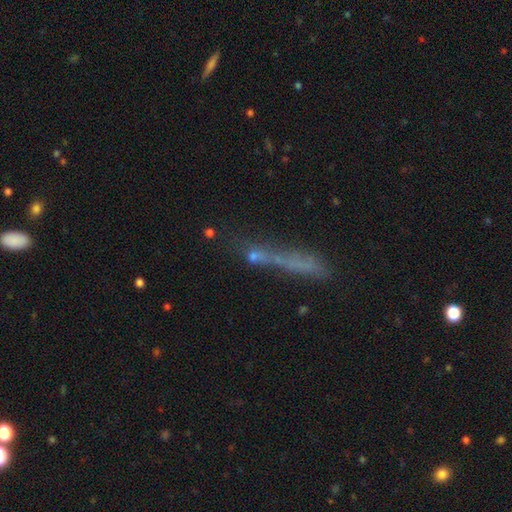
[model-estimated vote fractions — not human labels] This appears to be a smooth galaxy with no disk features (44%). Merging: none (40%).